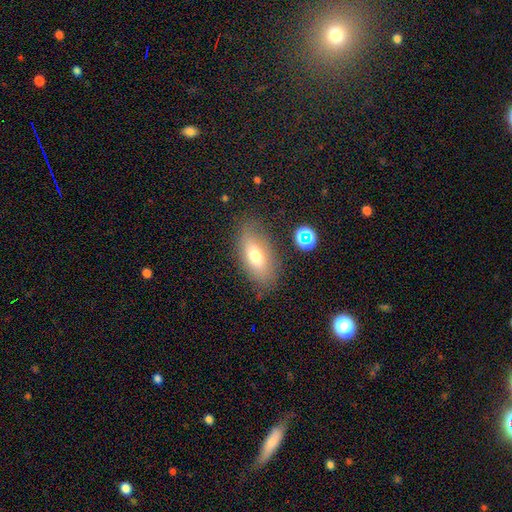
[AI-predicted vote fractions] Smooth or featured?
  - smooth: 68% *
  - featured or disk: 21%
  - star or artifact: 10%
How rounded?
  - in between: 83% *
  - cigar-shaped: 12%
  - round: 5%
Merging?
  - none: 76% *
  - minor disturbance: 16%
  - major disturbance: 5%
  - merger: 3%